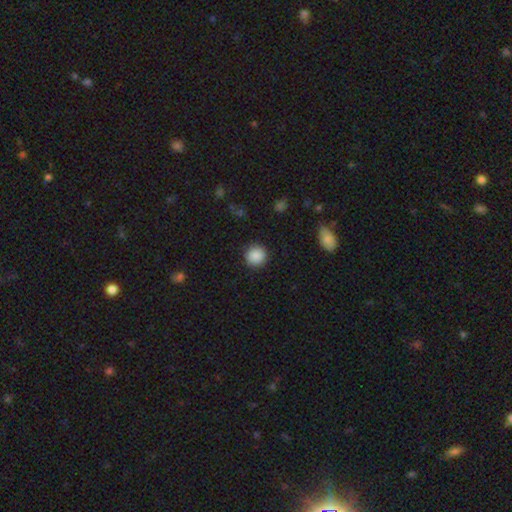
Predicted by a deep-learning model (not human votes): Overall: smooth (88%). How rounded: round (93%). Merging: none (91%).